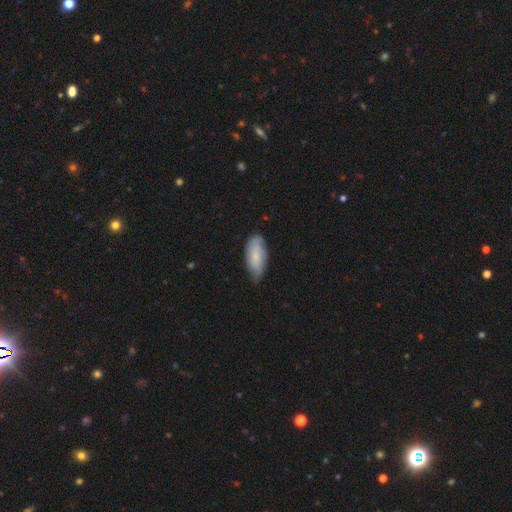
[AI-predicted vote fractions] The model was most divided on "smooth or featured": smooth: 62%, featured or disk: 32%, star or artifact: 6%. More confident: how rounded — in between (86%); merging — none (63%).